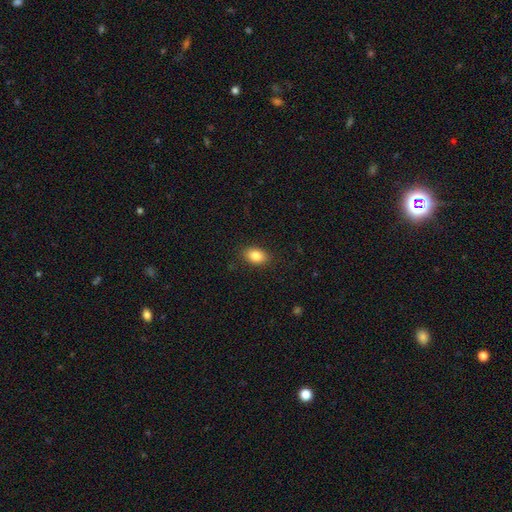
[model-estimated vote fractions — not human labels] smooth-or-featured: smooth: 85% | star or artifact: 8% | featured or disk: 7%
  how-rounded: in between: 86% | round: 13% | cigar-shaped: 2%
  merging: none: 87% | minor disturbance: 10% | major disturbance: 2% | merger: 1%